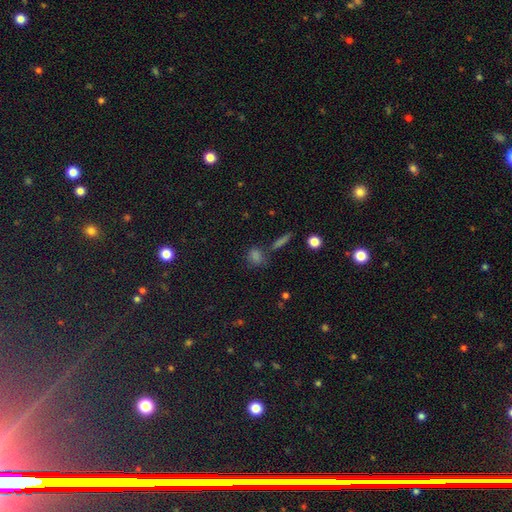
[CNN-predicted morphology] smooth_or_featured: smooth (p=0.66) [alt: star or artifact p=0.25]
how_rounded: round (p=0.61) [alt: in between p=0.32]
merging: none (p=0.67) [alt: merger p=0.15]